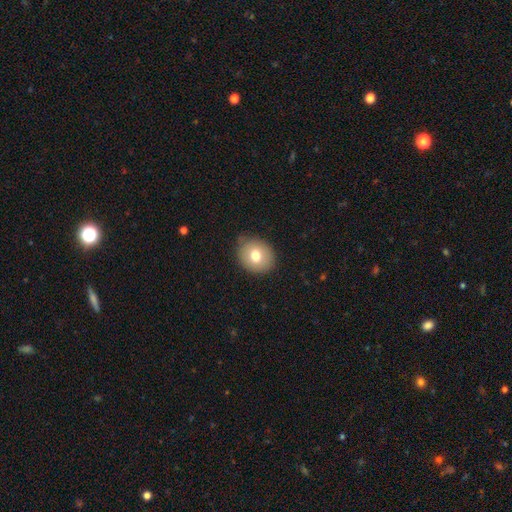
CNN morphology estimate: smooth-or-featured: smooth: 74% | featured or disk: 17% | star or artifact: 9%
  how-rounded: round: 65% | in between: 34% | cigar-shaped: 1%
  merging: none: 81% | minor disturbance: 15% | major disturbance: 3% | merger: 1%